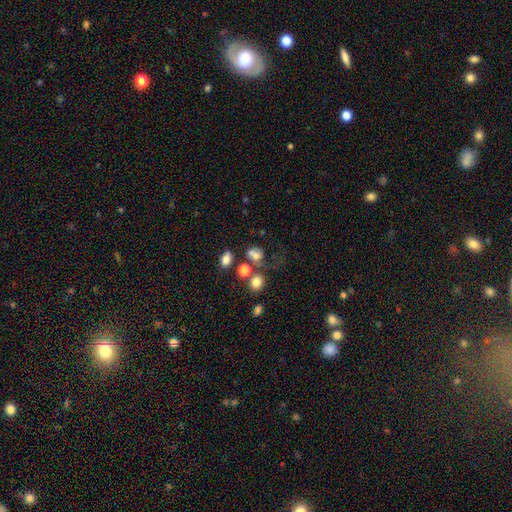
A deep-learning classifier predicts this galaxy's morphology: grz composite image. It shows a smooth galaxy with no disk features (69%) that is round (54%). Merging: none (39%).